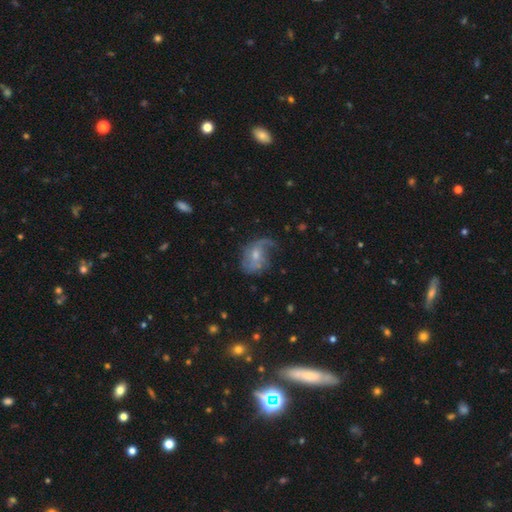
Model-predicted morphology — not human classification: smooth-or-featured: featured or disk: 63% | smooth: 28% | star or artifact: 9%
  disk-edge-on: no: 97% | yes: 3%
    bar: no: 61% | weak: 33% | strong: 6%
    has-spiral-arms: yes: 79% | no: 21%
    bulge-size: small: 50% | moderate: 41% | none: 5% | large: 3% | dominant: 1%
  merging: none: 41% | major disturbance: 30% | minor disturbance: 27% | merger: 3%